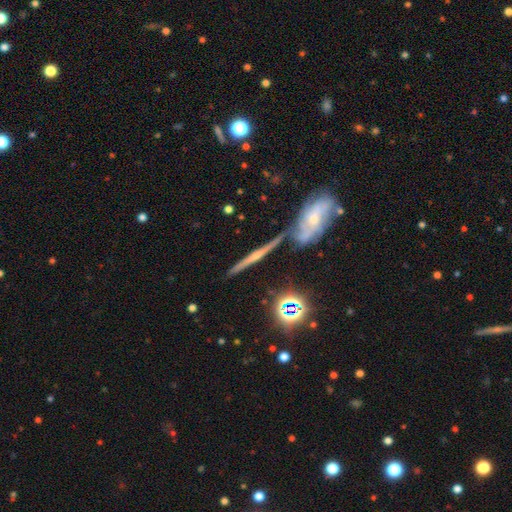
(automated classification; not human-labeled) A featured or disk galaxy (68%) viewed edge-on (93%) with a rounded central bulge (68%).

Vote fractions:
- Smooth or featured? featured or disk: 68% / smooth: 19% / star or artifact: 13%
- Edge-on disk? yes: 93% / no: 7%
- Edge-on bulge? rounded: 68% / none: 22% / boxy: 9%
- Merging? none: 73% / merger: 13% / minor disturbance: 11% / major disturbance: 4%